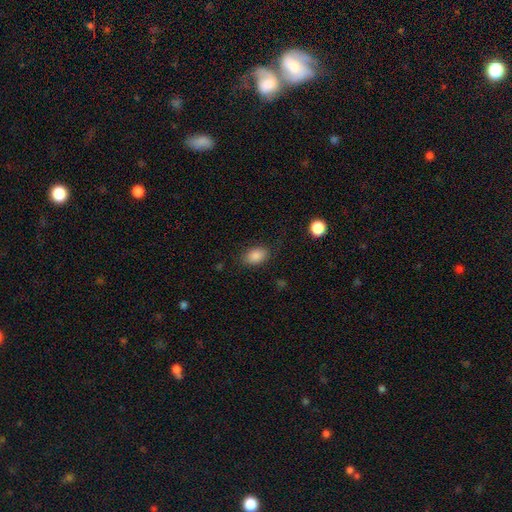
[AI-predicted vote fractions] smooth 87%, star or artifact 8%, featured or disk 5%. Down the decision tree: how rounded — in between (86%); merging — none (82%).